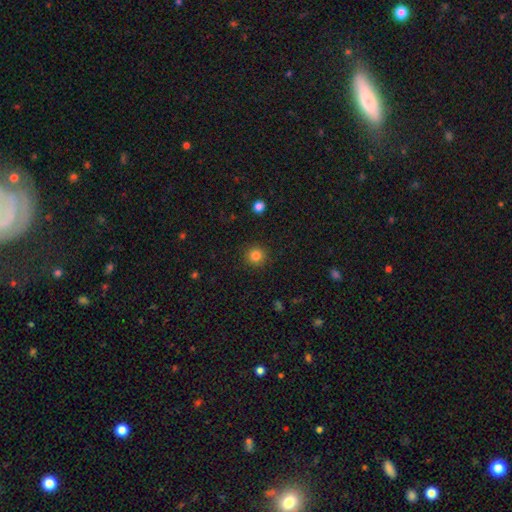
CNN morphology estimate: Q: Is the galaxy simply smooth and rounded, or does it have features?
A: smooth — 83%.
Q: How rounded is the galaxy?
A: round — 95%.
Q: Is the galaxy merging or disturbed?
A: none — 91%.